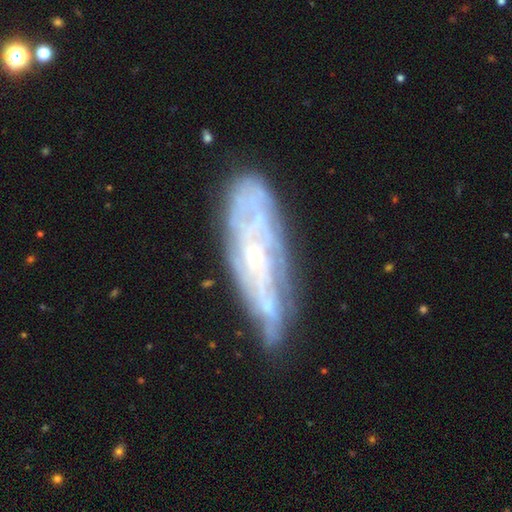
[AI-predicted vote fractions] featured or disk 79%, smooth 14%, star or artifact 7%. Down the decision tree: edge-on disk — no (76%); bar — no (71%); spiral arms — yes (81%); bulge size — small (74%); merging — none (67%).